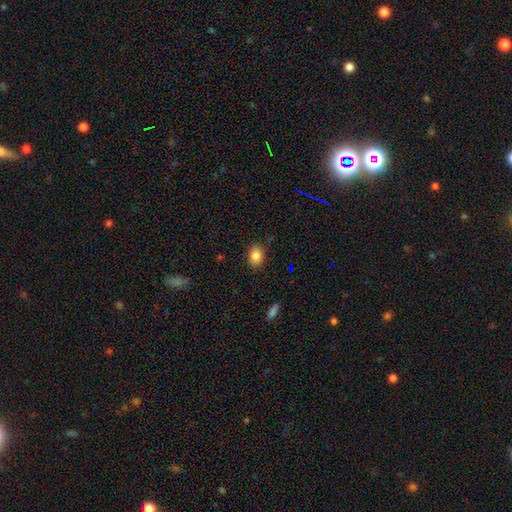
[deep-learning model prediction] Q: Smooth or featured?
A: smooth (86%); runner-up: star or artifact (9%)
Q: How rounded?
A: in between (71%); runner-up: round (27%)
Q: Merging?
A: none (83%); runner-up: minor disturbance (12%)